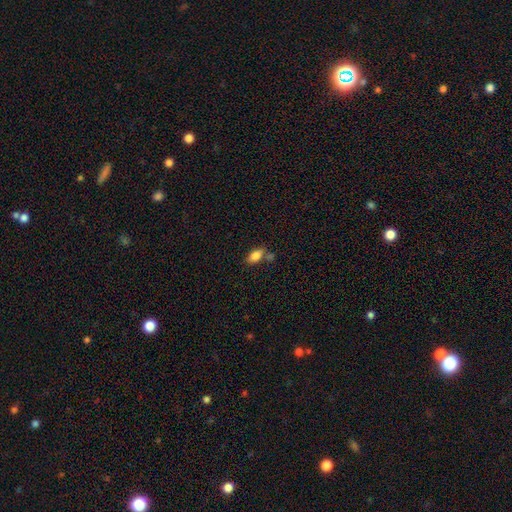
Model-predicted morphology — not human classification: Smooth or featured: smooth — 83% (star or artifact — 9%)
How rounded: in between — 90% (cigar-shaped — 5%)
Merging: none — 61% (merger — 18%)